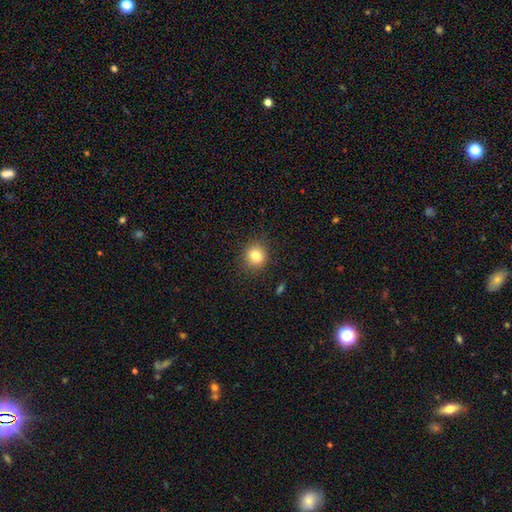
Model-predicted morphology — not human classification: Smooth or featured? smooth (81%)
How rounded? round (84%)
Merging? none (88%)